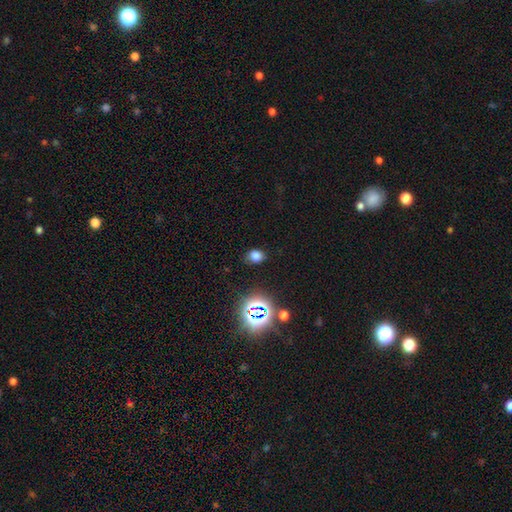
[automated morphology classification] smooth-or-featured: smooth: 71% | star or artifact: 22% | featured or disk: 7%
  how-rounded: in between: 57% | round: 42% | cigar-shaped: 1%
  merging: none: 77% | minor disturbance: 17% | major disturbance: 5% | merger: 2%